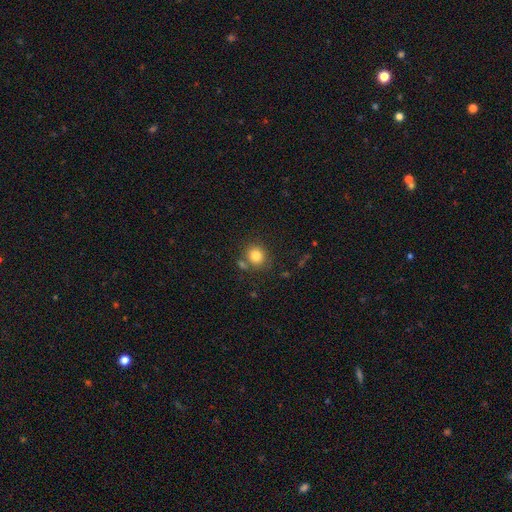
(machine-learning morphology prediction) Smooth or featured? smooth (83%)
How rounded? round (81%)
Merging? none (73%)